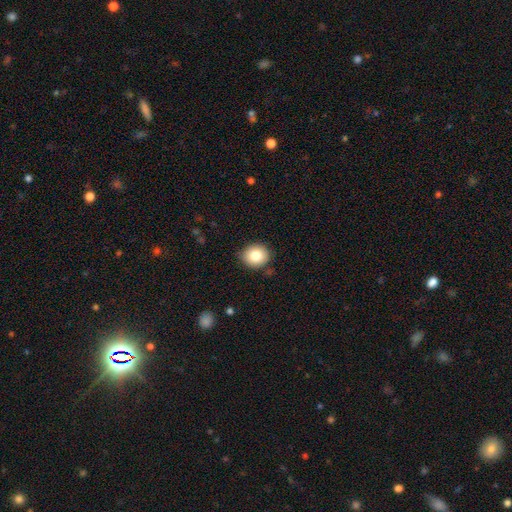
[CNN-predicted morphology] smooth 82%, star or artifact 9%, featured or disk 9%. Down the decision tree: how rounded — round (80%); merging — none (87%).